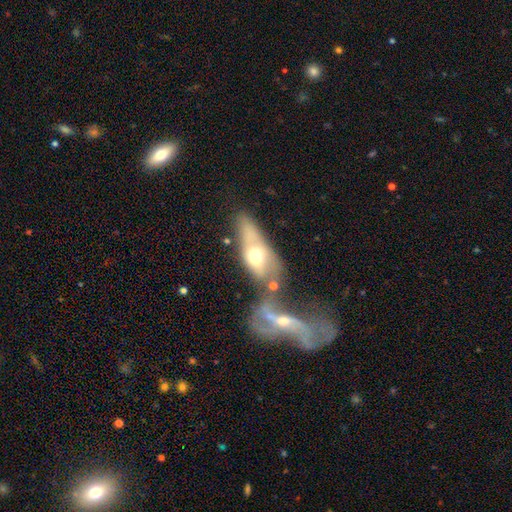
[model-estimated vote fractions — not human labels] featured or disk 49%, smooth 43%, star or artifact 8%. Down the decision tree: merging — merger (57%).